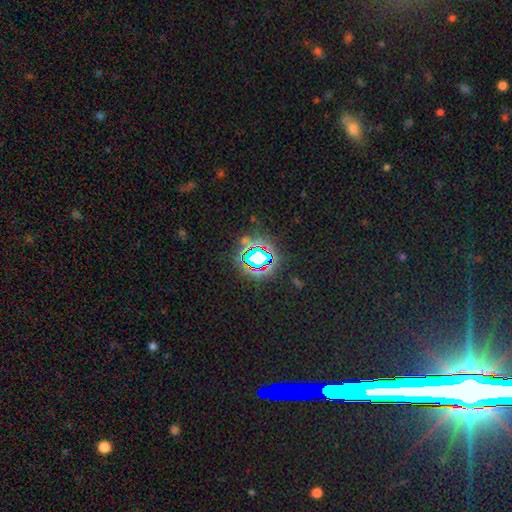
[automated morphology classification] This is likely a star or artifact rather than a galaxy (70%).